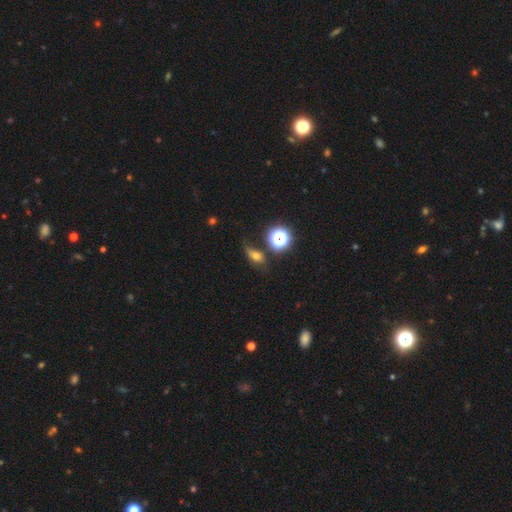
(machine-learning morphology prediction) This is likely a smooth galaxy (62%). How rounded: likely in between (69%). Merging: possibly none (50%).